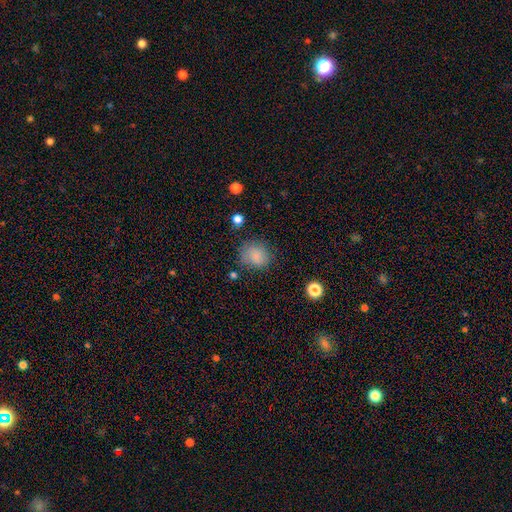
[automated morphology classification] This appears to be a smooth galaxy with no disk features (83%) that is round (78%). Merging: none (76%).